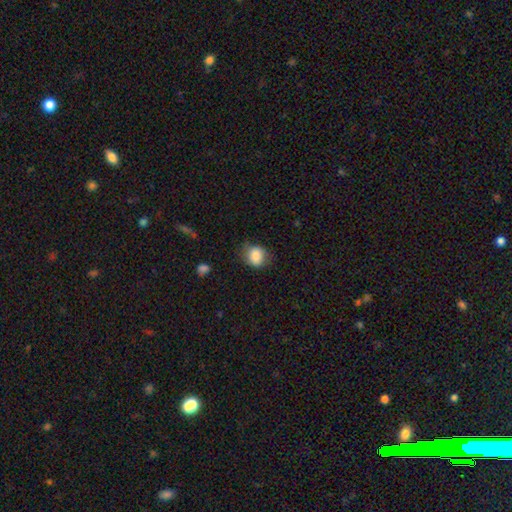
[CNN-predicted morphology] This appears to be a smooth galaxy with no disk features (84%) that is round (56%). Merging: none (66%).